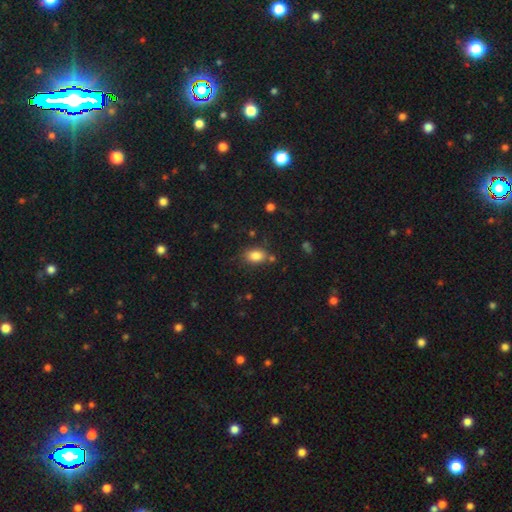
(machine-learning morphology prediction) smooth-or-featured: smooth: 84% | star or artifact: 10% | featured or disk: 6%
  how-rounded: in between: 79% | round: 20% | cigar-shaped: 1%
  merging: none: 75% | minor disturbance: 14% | merger: 7% | major disturbance: 4%